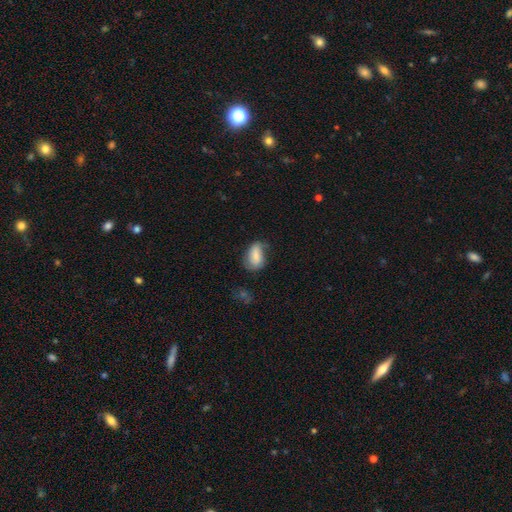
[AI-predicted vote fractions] This is likely a smooth galaxy (66%). How rounded: clearly in between (86%). Merging: marginally none (45%).